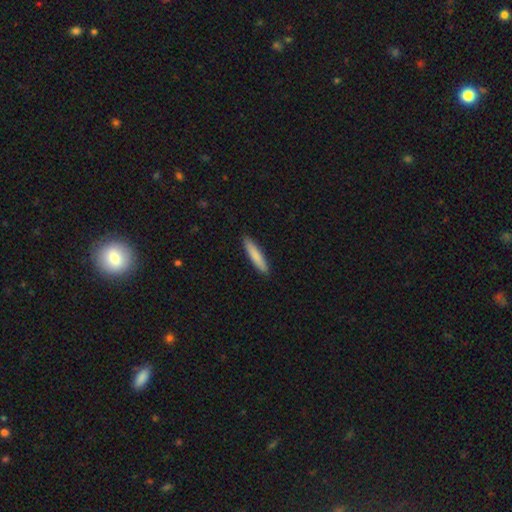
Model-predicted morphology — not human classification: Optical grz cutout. It shows a smooth galaxy with no disk features (83%) that is cigar-shaped (90%). Merging: none (91%).